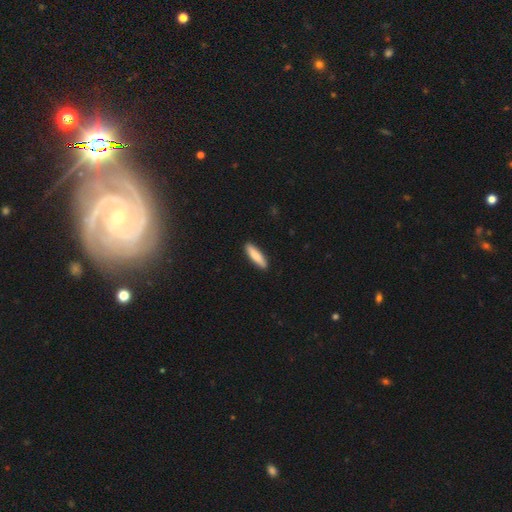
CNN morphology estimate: Smooth or featured? smooth (83%)
How rounded? cigar-shaped (78%)
Merging? none (91%)